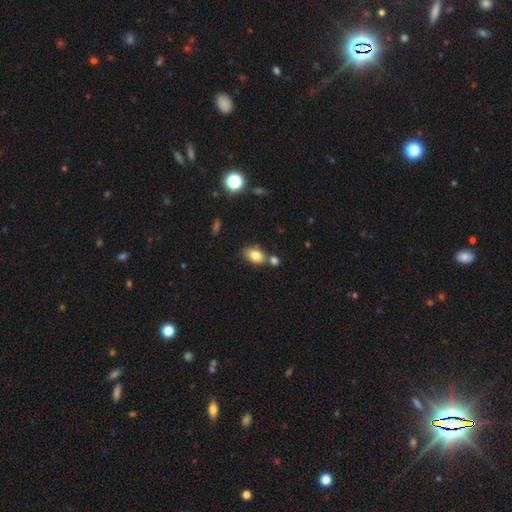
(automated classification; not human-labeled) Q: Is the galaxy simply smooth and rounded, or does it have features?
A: smooth — 80%.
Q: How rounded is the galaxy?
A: in between — 84%.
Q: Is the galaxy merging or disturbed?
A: none — 61%.